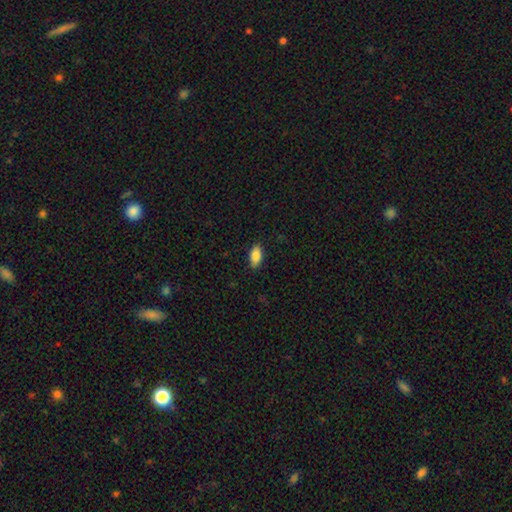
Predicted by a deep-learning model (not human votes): Smooth or featured?
  - smooth: 85% *
  - featured or disk: 8%
  - star or artifact: 7%
How rounded?
  - in between: 91% *
  - cigar-shaped: 5%
  - round: 3%
Merging?
  - none: 87% *
  - minor disturbance: 10%
  - major disturbance: 2%
  - merger: 1%